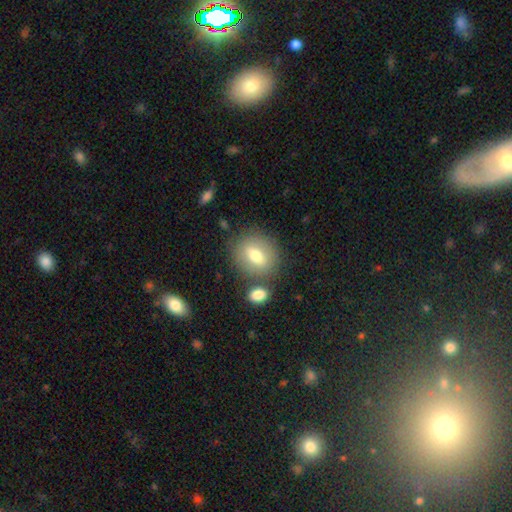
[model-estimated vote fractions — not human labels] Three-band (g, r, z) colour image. It shows a smooth galaxy with no disk features (69%) that is round (59%). Merging: none (72%).